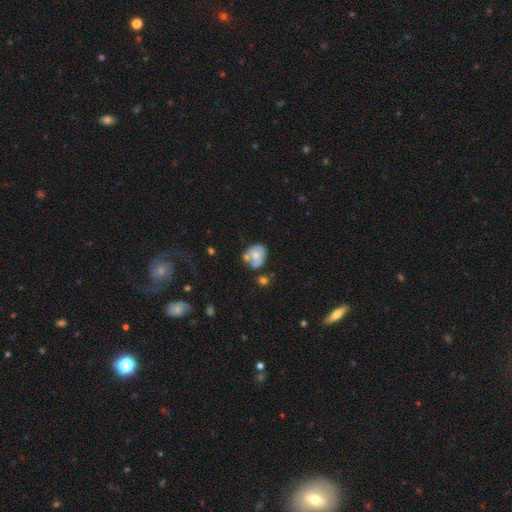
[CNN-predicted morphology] Q: Smooth or featured?
A: smooth (47%); runner-up: featured or disk (45%)
Q: Merging?
A: none (42%); runner-up: minor disturbance (25%)